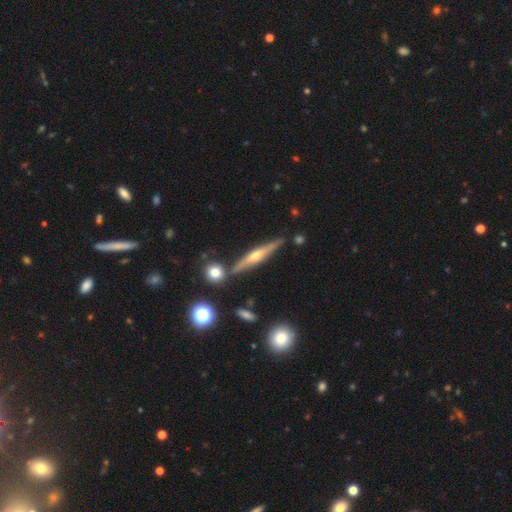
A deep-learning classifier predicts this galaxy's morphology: A featured or disk galaxy (72%) viewed edge-on (96%) with a rounded central bulge (88%). Merging: none (83%).